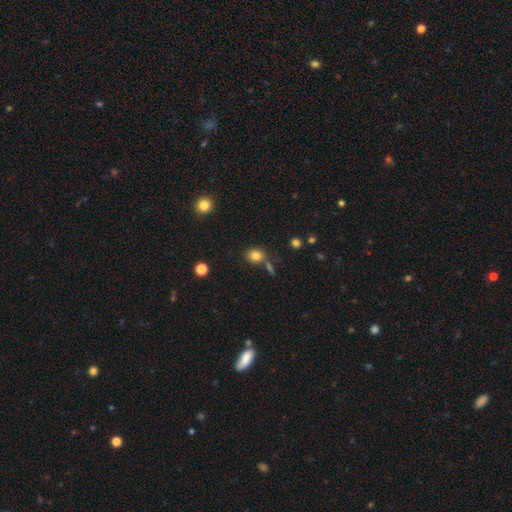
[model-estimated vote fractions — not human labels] This appears to be a smooth galaxy with no disk features (82%) that is round (61%). Merging: none (73%).